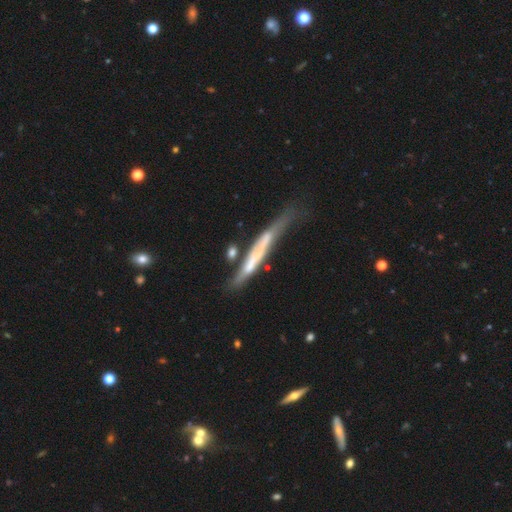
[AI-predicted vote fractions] The model was most divided on "merging": none: 44%, minor disturbance: 30%, major disturbance: 17%, merger: 10%. More confident: edge-on disk — yes (84%); smooth or featured — featured or disk (56%).